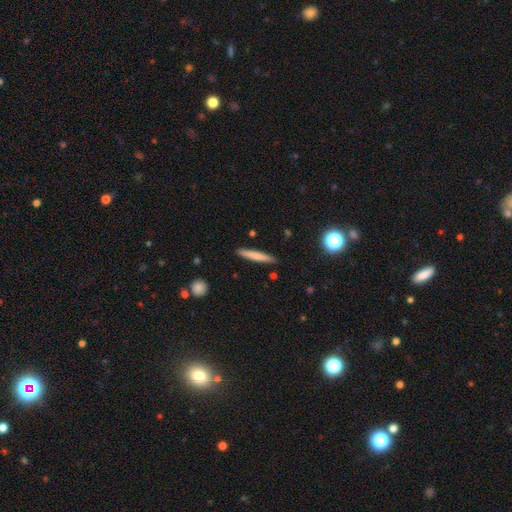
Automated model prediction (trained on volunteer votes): Q: Smooth or featured?
A: smooth (72%); runner-up: featured or disk (23%)
Q: How rounded?
A: cigar-shaped (95%); runner-up: in between (4%)
Q: Merging?
A: none (90%); runner-up: minor disturbance (7%)